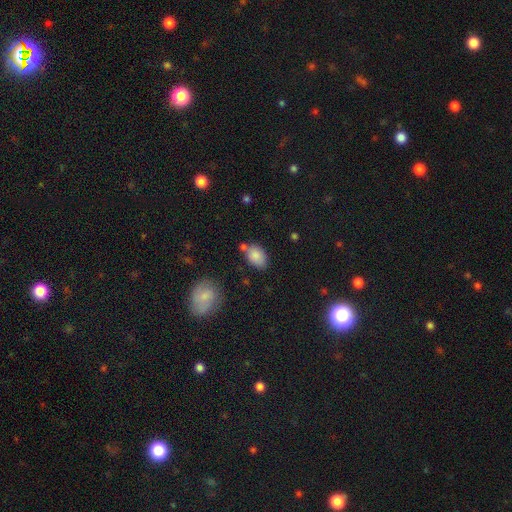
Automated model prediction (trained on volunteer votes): Smooth or featured? Predicted: smooth (p=0.85). How rounded? Predicted: in between (p=0.87). Merging? Predicted: none (p=0.64).